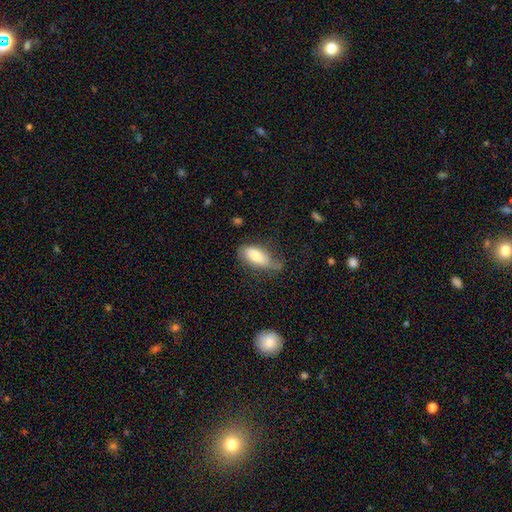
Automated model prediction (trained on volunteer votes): This appears to be a smooth galaxy with no disk features (72%) that is in between round and cigar-shaped (87%). Merging: none (42%).